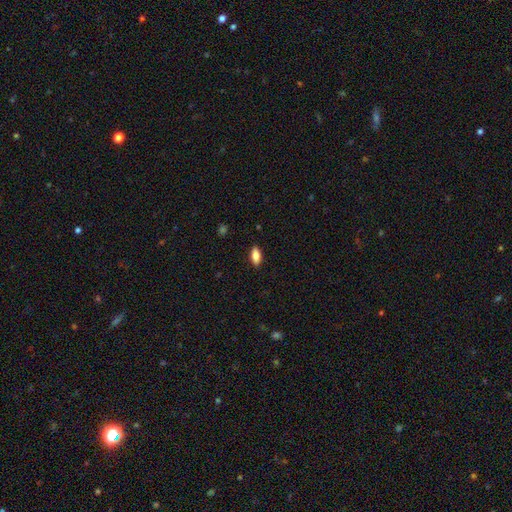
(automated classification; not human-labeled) smooth 80%, featured or disk 13%, star or artifact 7%. Down the decision tree: how rounded — in between (84%); merging — none (89%).